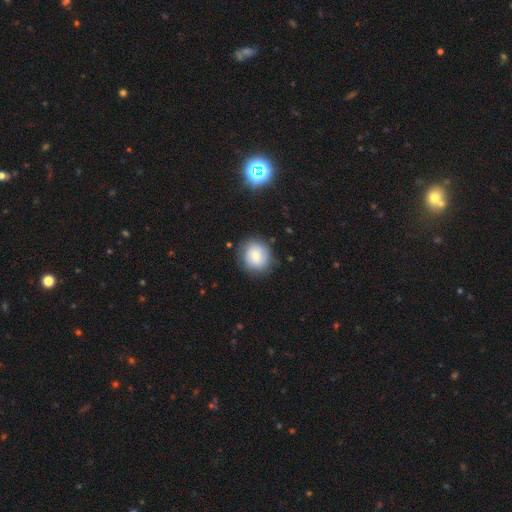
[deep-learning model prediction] Smooth or featured?
  - smooth: 61% *
  - featured or disk: 30%
  - star or artifact: 9%
How rounded?
  - round: 88% *
  - in between: 11%
  - cigar-shaped: 1%
Merging?
  - none: 81% *
  - minor disturbance: 13%
  - major disturbance: 4%
  - merger: 2%